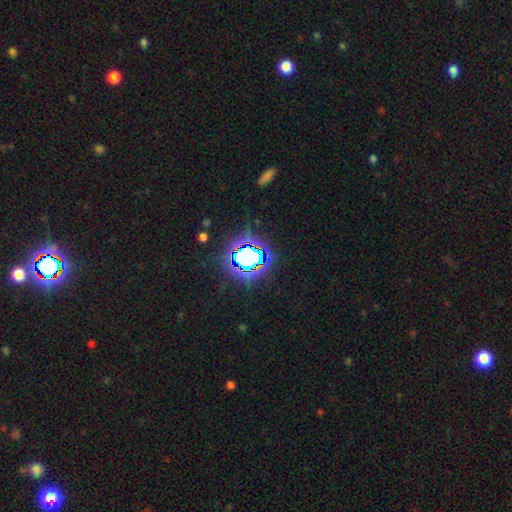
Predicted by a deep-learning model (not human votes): Smooth or featured? star or artifact (81%)